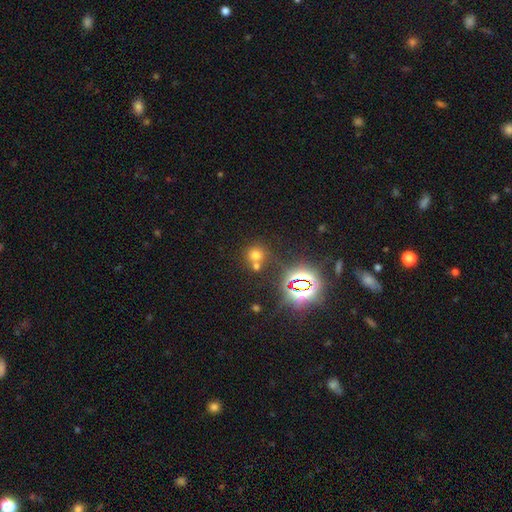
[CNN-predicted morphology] Q: Smooth or featured?
A: smooth (57%); runner-up: star or artifact (33%)
Q: How rounded?
A: round (87%); runner-up: in between (12%)
Q: Merging?
A: none (55%); runner-up: merger (34%)